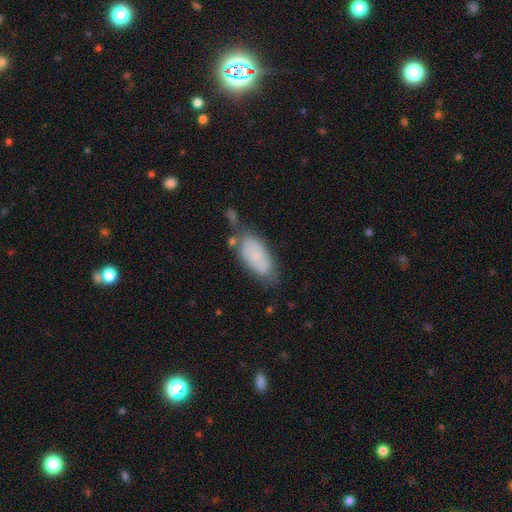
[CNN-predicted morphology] smooth 74%, featured or disk 18%, star or artifact 7%. Down the decision tree: how rounded — in between (90%); merging — none (51%).